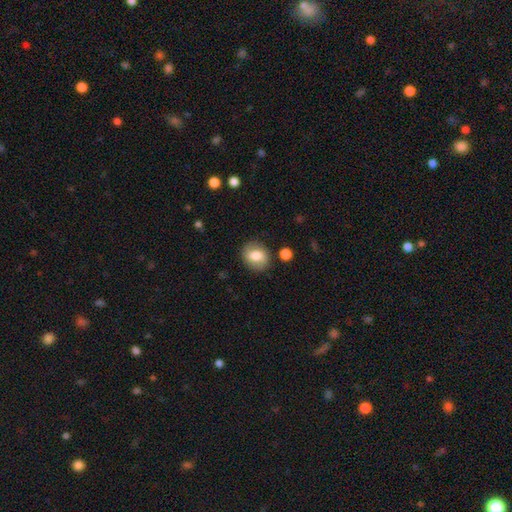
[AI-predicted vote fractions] The model was most divided on "how rounded": round: 62%, in between: 37%, cigar-shaped: 1%. More confident: merging — none (84%); smooth or featured — smooth (71%).